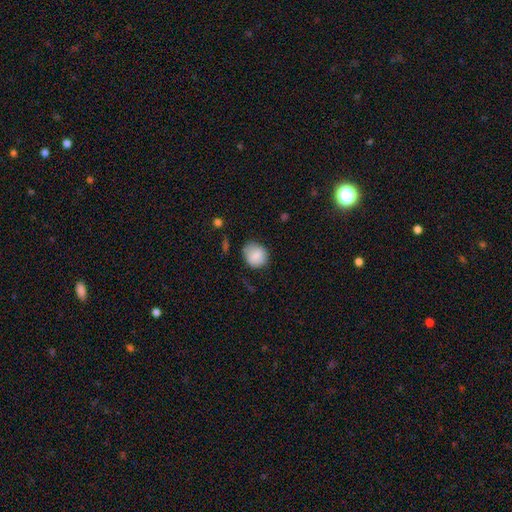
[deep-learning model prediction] Q: Smooth or featured?
A: smooth (85%); runner-up: star or artifact (8%)
Q: How rounded?
A: round (76%); runner-up: in between (23%)
Q: Merging?
A: none (73%); runner-up: minor disturbance (20%)